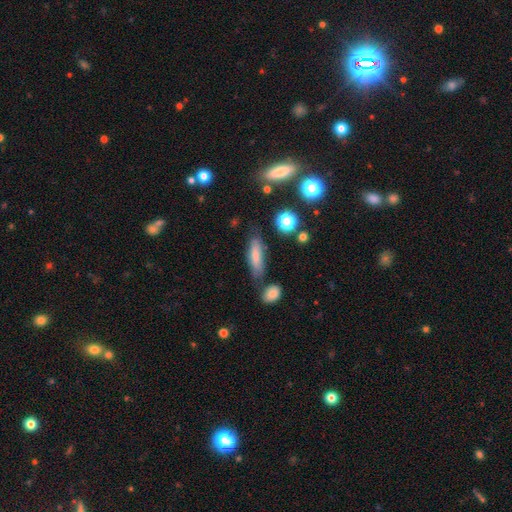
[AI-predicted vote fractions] Smooth or featured? smooth (73%)
How rounded? cigar-shaped (54%)
Merging? none (68%)